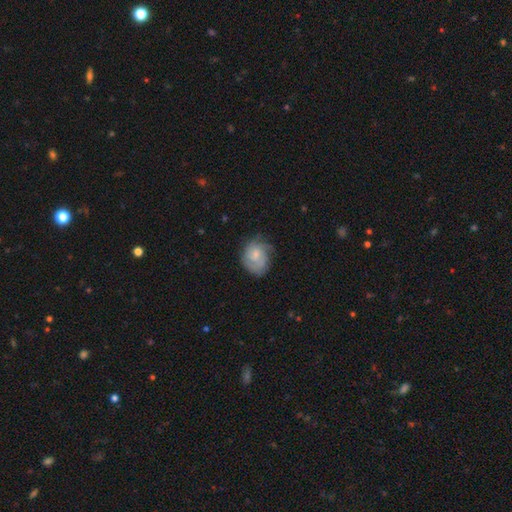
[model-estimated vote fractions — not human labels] Smooth or featured: smooth — 48% (featured or disk — 44%)
Merging: none — 57% (minor disturbance — 28%)